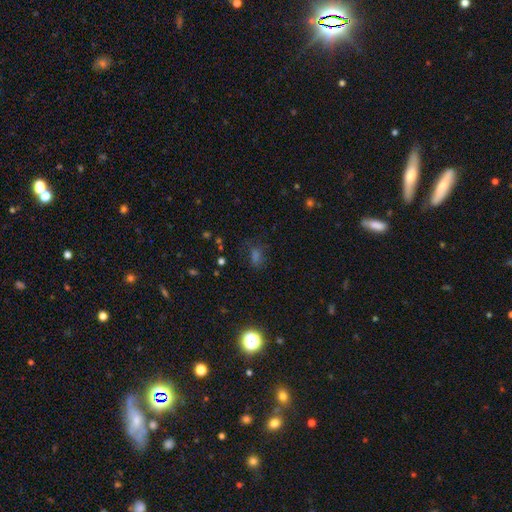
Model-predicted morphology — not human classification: type=smooth (47%); merging=none (72%).